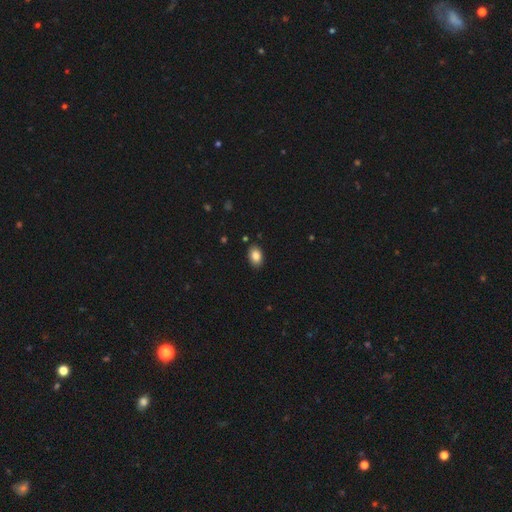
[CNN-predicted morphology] Smooth or featured?
  - smooth: 86% *
  - star or artifact: 8%
  - featured or disk: 6%
How rounded?
  - in between: 86% *
  - round: 13%
  - cigar-shaped: 1%
Merging?
  - none: 88% *
  - minor disturbance: 9%
  - major disturbance: 2%
  - merger: 1%